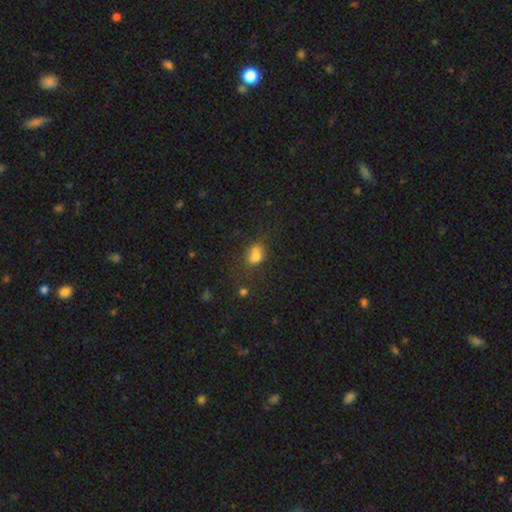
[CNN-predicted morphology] This appears to be a smooth galaxy with no disk features (69%) that is in between round and cigar-shaped (54%). Merging: merger (38%).